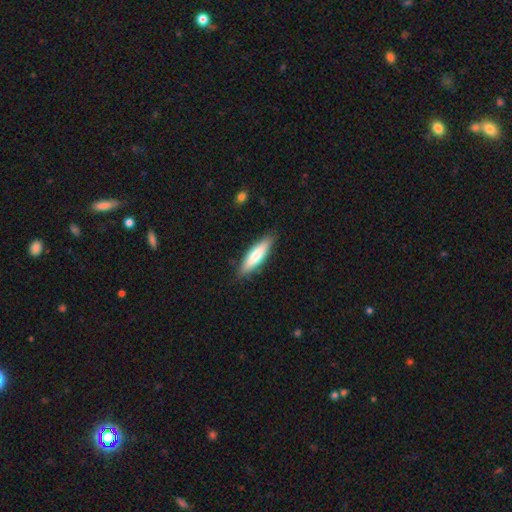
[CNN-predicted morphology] Smooth or featured?
  - smooth: 69% *
  - featured or disk: 26%
  - star or artifact: 5%
How rounded?
  - cigar-shaped: 67% *
  - in between: 32%
  - round: 1%
Merging?
  - none: 86% *
  - minor disturbance: 11%
  - major disturbance: 2%
  - merger: 1%